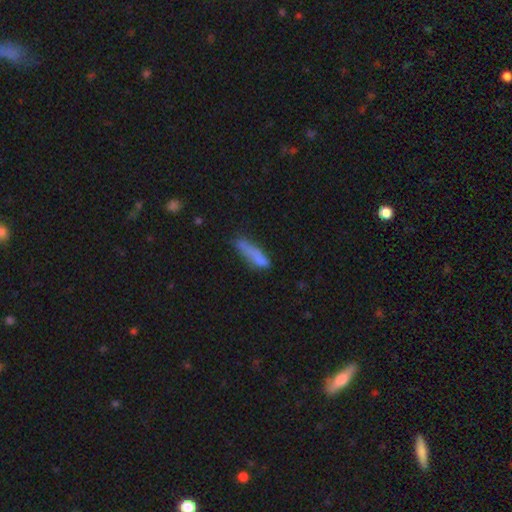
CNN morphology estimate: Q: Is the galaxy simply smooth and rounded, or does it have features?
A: smooth — 73%.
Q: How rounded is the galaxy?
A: cigar-shaped — 78%.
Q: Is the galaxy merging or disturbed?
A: none — 50%.